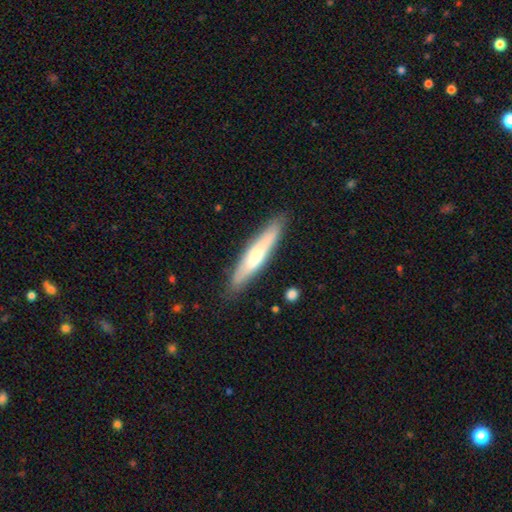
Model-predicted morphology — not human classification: The model was most divided on "smooth or featured": smooth: 53%, featured or disk: 42%, star or artifact: 6%. More confident: merging — none (86%); how rounded — cigar-shaped (86%).